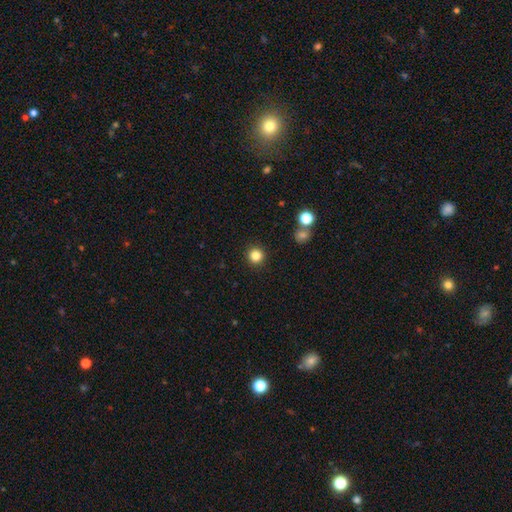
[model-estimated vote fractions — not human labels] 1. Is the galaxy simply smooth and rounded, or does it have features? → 83% smooth, 12% star or artifact, 5% featured or disk.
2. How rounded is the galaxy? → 95% round, 4% in between, 1% cigar-shaped.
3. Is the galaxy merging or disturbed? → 92% none, 5% minor disturbance, 2% major disturbance, 2% merger.